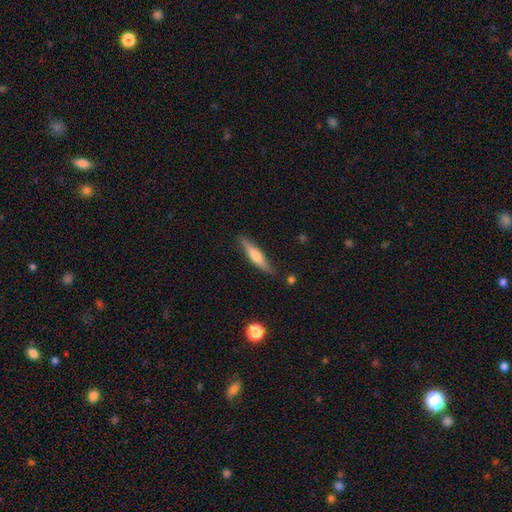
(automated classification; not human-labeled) Smooth or featured? featured or disk (52%)
Edge-on disk? yes (95%)
Merging? none (86%)